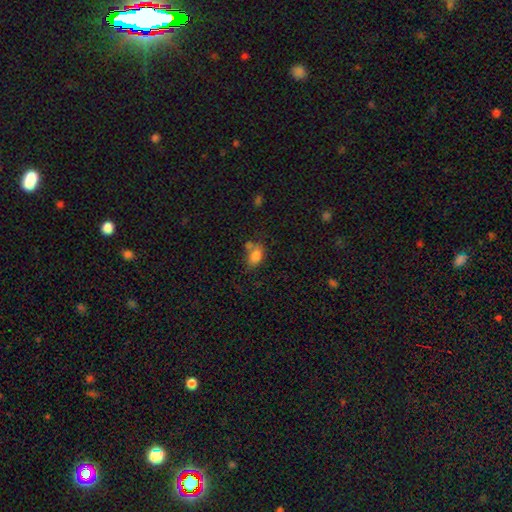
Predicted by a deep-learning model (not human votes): Morphology: type=smooth (82%); roundness=in between (85%); merging=none (48%).